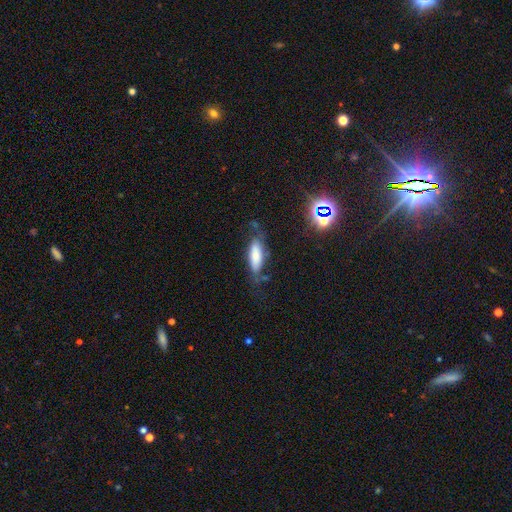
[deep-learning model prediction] Overall: smooth (66%). How rounded: in between (60%; cigar-shaped 38%). Merging: none (56%; minor disturbance 27%).